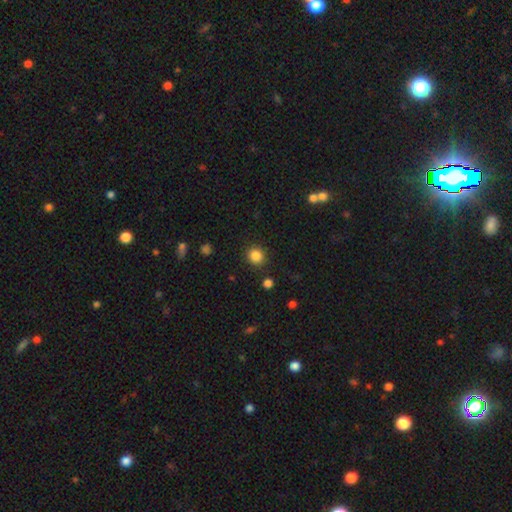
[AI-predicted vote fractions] smooth 85%, star or artifact 11%, featured or disk 4%. Down the decision tree: how rounded — round (88%); merging — none (89%).